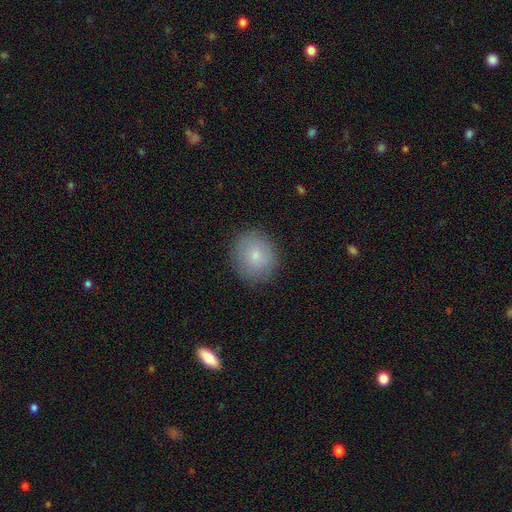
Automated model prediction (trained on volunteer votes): Smooth or featured? Predicted: smooth (p=0.80). How rounded? Predicted: round (p=0.82). Merging? Predicted: none (p=0.87).